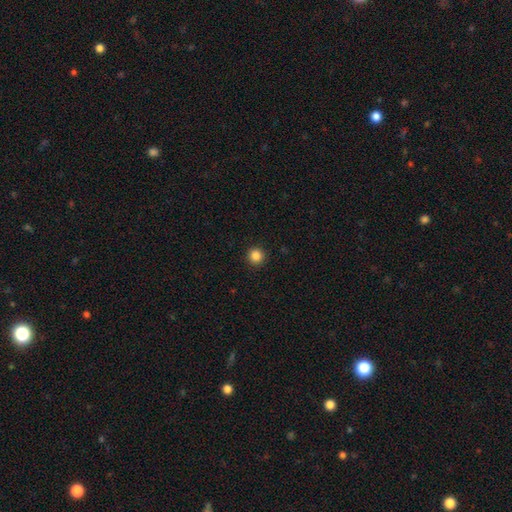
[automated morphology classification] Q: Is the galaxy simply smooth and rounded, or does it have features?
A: smooth — 86%.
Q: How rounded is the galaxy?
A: round — 96%.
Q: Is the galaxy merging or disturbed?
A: none — 93%.